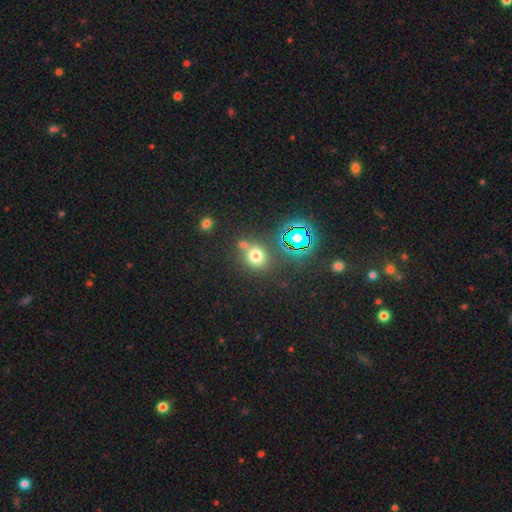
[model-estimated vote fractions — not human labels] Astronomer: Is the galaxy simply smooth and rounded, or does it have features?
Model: smooth — 66%.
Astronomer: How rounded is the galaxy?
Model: round — 76%.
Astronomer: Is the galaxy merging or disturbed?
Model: none — 60%.